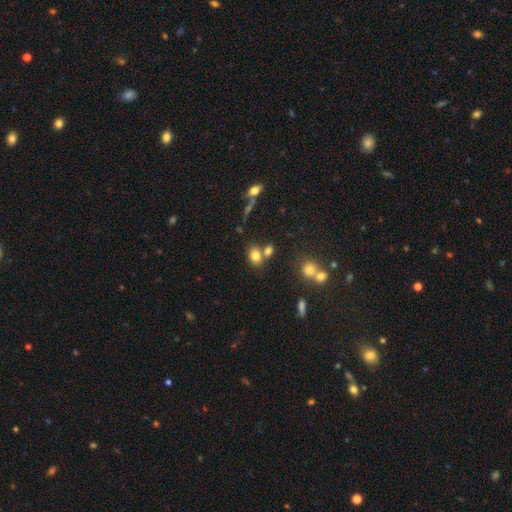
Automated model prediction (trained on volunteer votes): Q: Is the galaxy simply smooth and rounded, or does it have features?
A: smooth — 77%.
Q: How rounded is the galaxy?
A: in between — 70%.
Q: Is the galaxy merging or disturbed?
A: none — 56%.